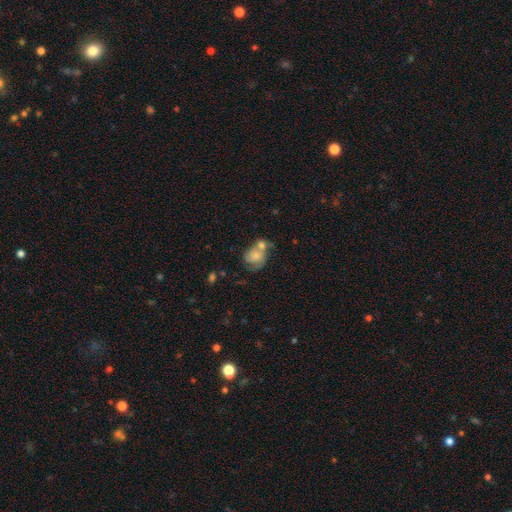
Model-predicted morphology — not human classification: A smooth galaxy with no disk features (58%) that is round (51%). Merging: merger (49%).